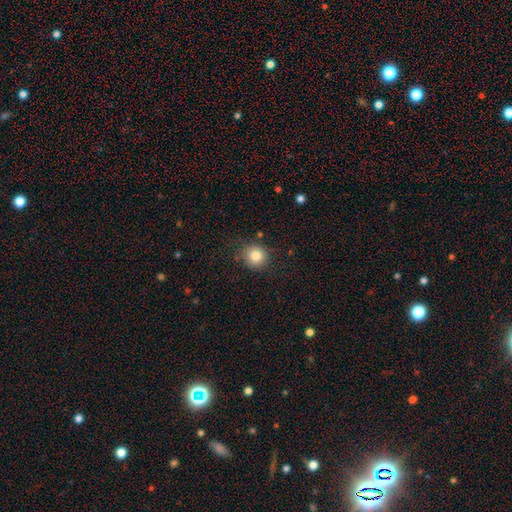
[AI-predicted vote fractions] Smooth or featured: smooth — 82% (star or artifact — 11%)
How rounded: round — 91% (in between — 8%)
Merging: none — 84% (minor disturbance — 11%)